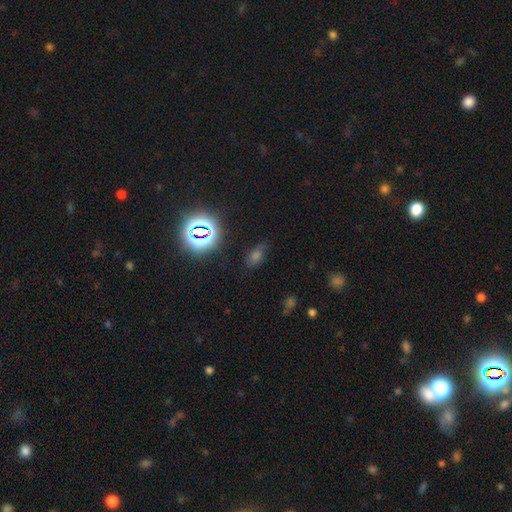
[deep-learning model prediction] Overall: star or artifact (44%; smooth 42%).